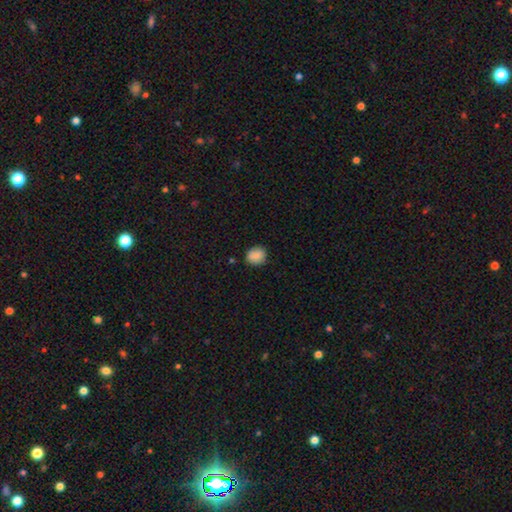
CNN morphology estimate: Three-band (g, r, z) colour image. It shows a smooth galaxy with no disk features (87%) that is round (72%). Merging: none (85%).